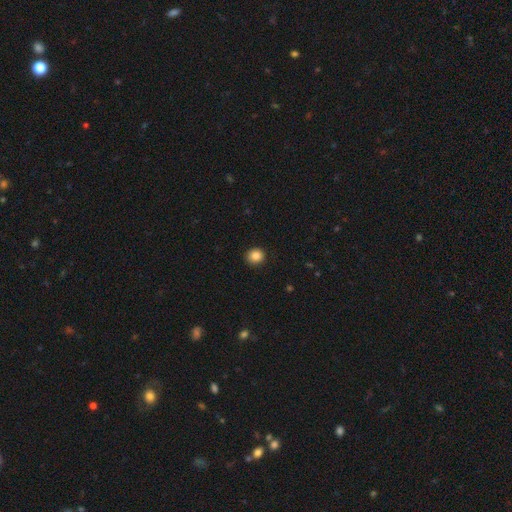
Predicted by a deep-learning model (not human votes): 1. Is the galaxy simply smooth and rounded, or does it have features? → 85% smooth, 10% star or artifact, 5% featured or disk.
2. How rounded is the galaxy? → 86% round, 13% in between, 1% cigar-shaped.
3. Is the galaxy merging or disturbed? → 91% none, 7% minor disturbance, 2% major disturbance, 1% merger.